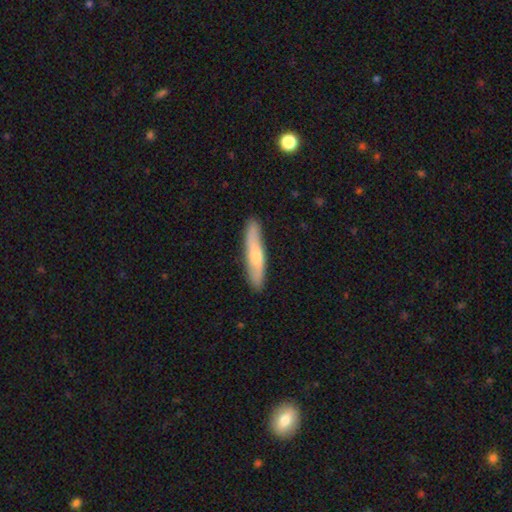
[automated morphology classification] This is possibly a smooth galaxy (56%). How rounded: clearly cigar-shaped (88%). Merging: clearly none (89%).